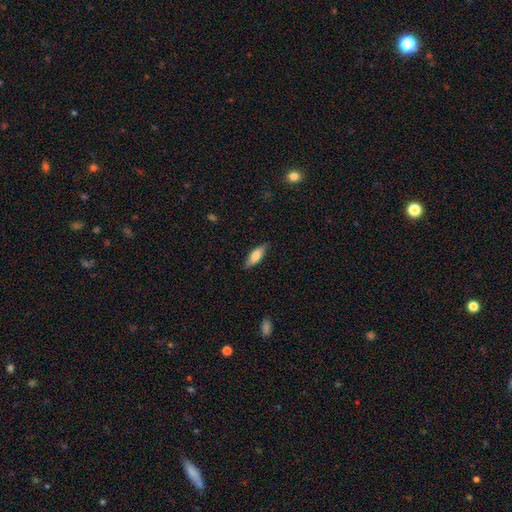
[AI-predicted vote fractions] smooth_or_featured: smooth (p=0.72) [alt: featured or disk p=0.22]
how_rounded: in between (p=0.64) [alt: cigar-shaped p=0.34]
merging: none (p=0.83) [alt: minor disturbance p=0.13]